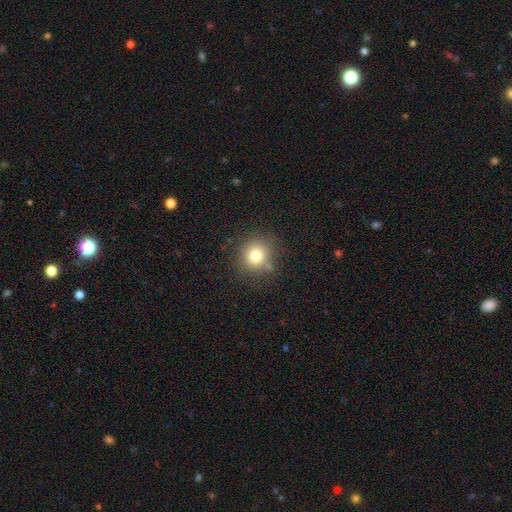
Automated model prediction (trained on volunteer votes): Morphology: type=smooth (77%); roundness=round (87%); merging=none (78%).